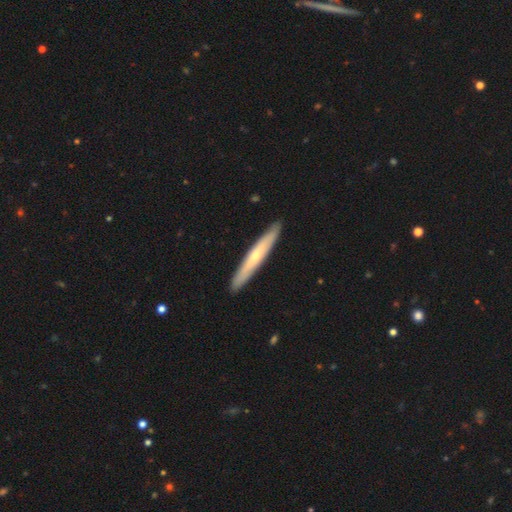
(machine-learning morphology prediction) Smooth or featured? Predicted: featured or disk (p=0.49). Merging? Predicted: none (p=0.91).